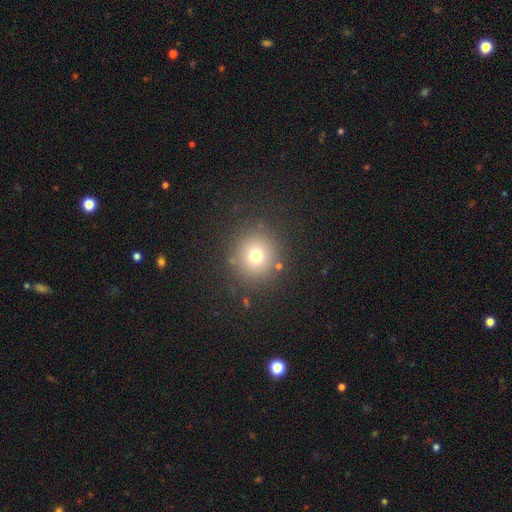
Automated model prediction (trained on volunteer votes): smooth-or-featured: smooth: 72% | star or artifact: 17% | featured or disk: 11%
  how-rounded: round: 93% | in between: 6% | cigar-shaped: 1%
  merging: none: 86% | minor disturbance: 8% | major disturbance: 4% | merger: 3%